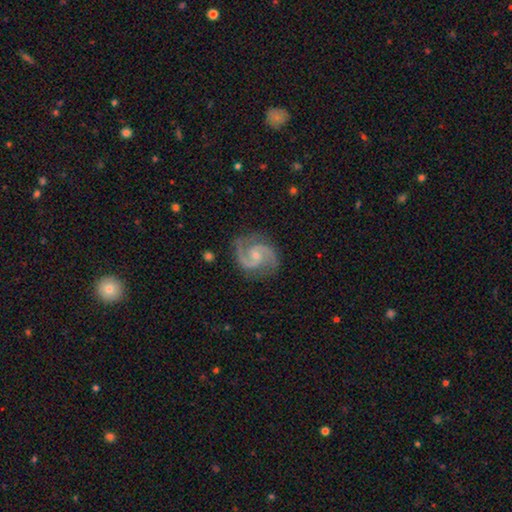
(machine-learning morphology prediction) smooth_or_featured: featured or disk (p=0.93) [alt: star or artifact p=0.04]
disk_edge_on: no (p=0.98) [alt: yes p=0.02]
bar: no (p=0.55) [alt: weak p=0.37]
has_spiral_arms: yes (p=0.99) [alt: no p=0.01]
spiral_winding: medium (p=0.65) [alt: tight p=0.24]
spiral_arm_count: 2 (p=0.94) [alt: 3 p=0.02]
bulge_size: small (p=0.65) [alt: moderate p=0.29]
merging: none (p=0.83) [alt: minor disturbance p=0.12]